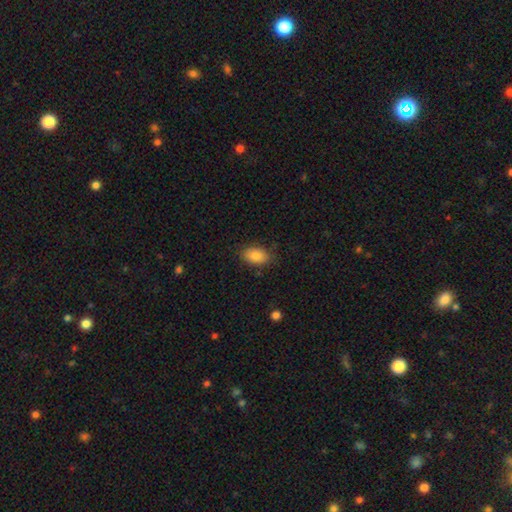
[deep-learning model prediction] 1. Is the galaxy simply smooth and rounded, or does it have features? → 85% smooth, 8% star or artifact, 7% featured or disk.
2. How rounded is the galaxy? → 89% in between, 10% round, 1% cigar-shaped.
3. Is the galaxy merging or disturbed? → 82% none, 14% minor disturbance, 3% major disturbance, 1% merger.